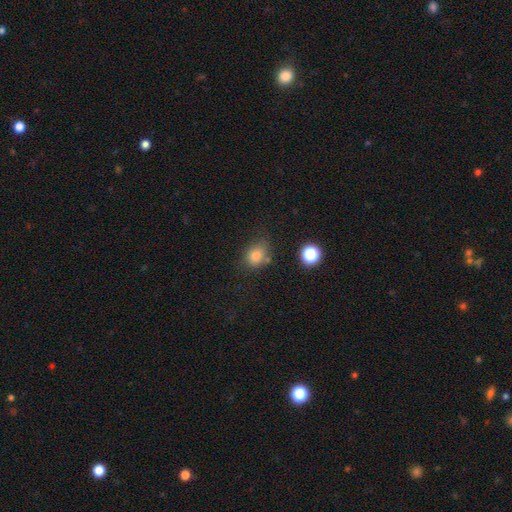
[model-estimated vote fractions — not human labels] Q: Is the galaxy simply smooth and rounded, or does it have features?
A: smooth — 79%.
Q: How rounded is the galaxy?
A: in between — 57%.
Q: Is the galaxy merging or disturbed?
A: none — 62%.